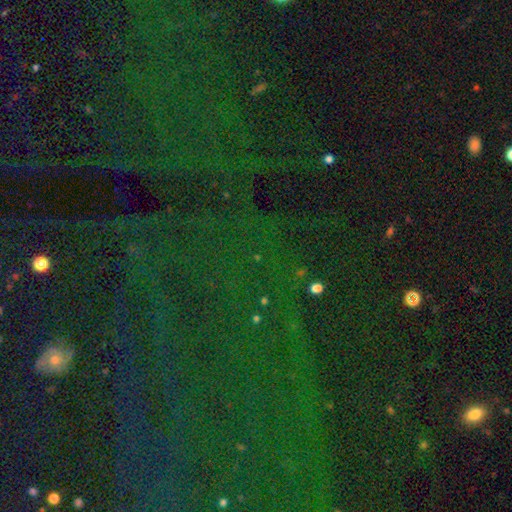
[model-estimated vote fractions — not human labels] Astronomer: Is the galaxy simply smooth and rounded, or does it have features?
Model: star or artifact — 82%.